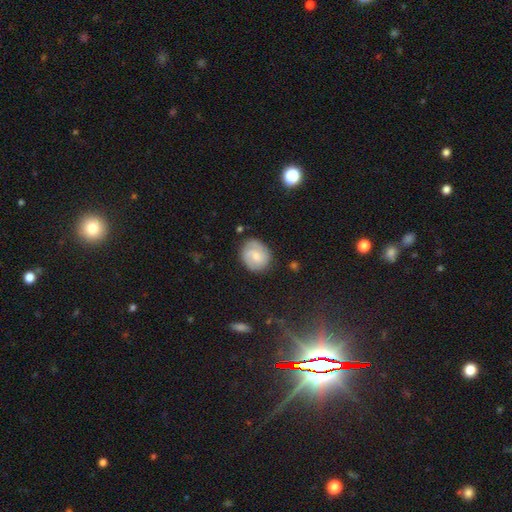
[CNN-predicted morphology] A featured or disk galaxy (55%) with no bar (51%), spiral arms (89%) and a small central bulge (51%).

Vote fractions:
- Smooth or featured? featured or disk: 55% / smooth: 37% / star or artifact: 7%
- Edge-on disk? no: 98% / yes: 2%
- Bar? no: 51% / weak: 43% / strong: 6%
- Spiral arms? yes: 89% / no: 11%
- Bulge size? small: 51% / moderate: 40% / none: 6% / large: 2% / dominant: 1%
- Merging? none: 78% / minor disturbance: 16% / major disturbance: 4% / merger: 2%